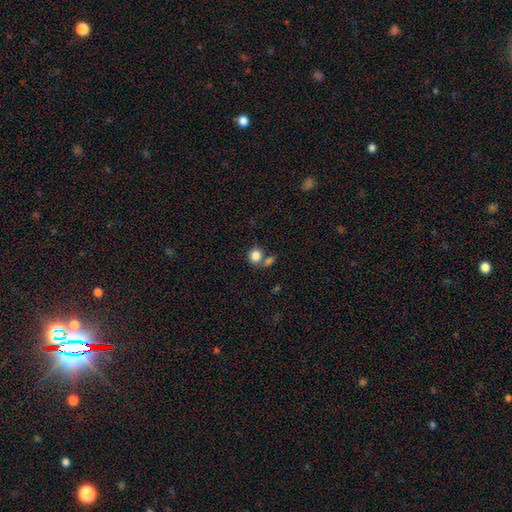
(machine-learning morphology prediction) A smooth galaxy with no disk features (84%) that is round (78%).

Vote fractions:
- Smooth or featured? smooth: 84% / star or artifact: 10% / featured or disk: 6%
- How rounded? round: 78% / in between: 21% / cigar-shaped: 1%
- Merging? none: 57% / merger: 29% / minor disturbance: 10% / major disturbance: 4%